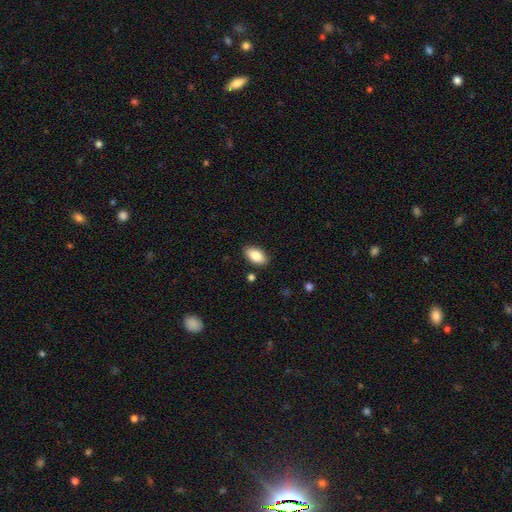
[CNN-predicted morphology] The model was most divided on "smooth or featured": smooth: 84%, featured or disk: 9%, star or artifact: 7%. More confident: how rounded — in between (93%); merging — none (87%).